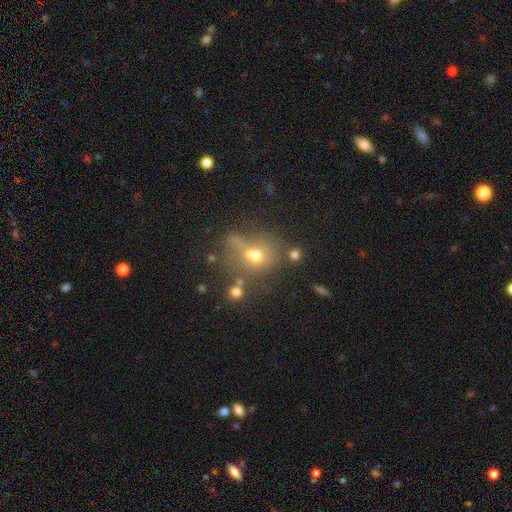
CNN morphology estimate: Q: Smooth or featured?
A: smooth (55%); runner-up: star or artifact (23%)
Q: How rounded?
A: round (64%); runner-up: in between (34%)
Q: Merging?
A: none (36%); runner-up: merger (31%)